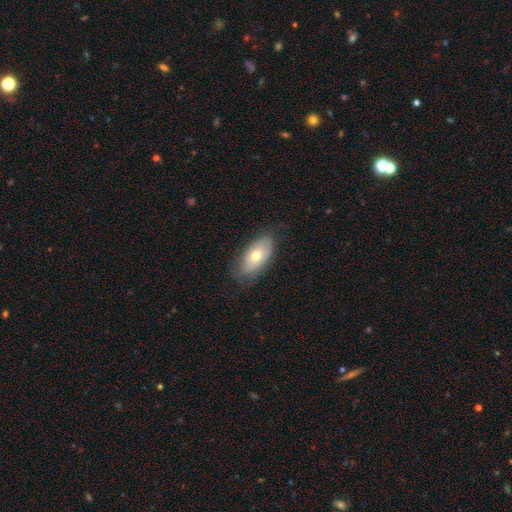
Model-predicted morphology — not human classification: type=smooth (58%); roundness=in between (90%); merging=none (74%).